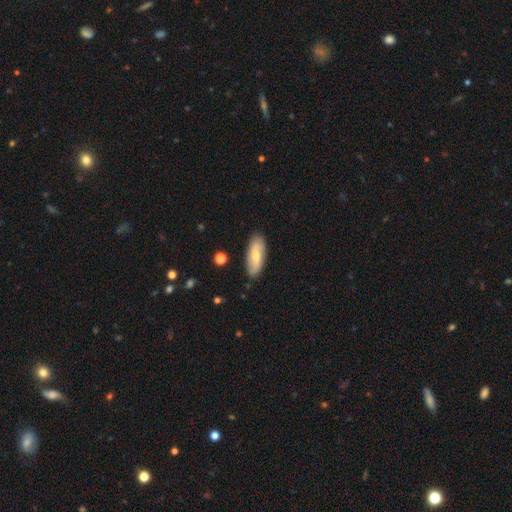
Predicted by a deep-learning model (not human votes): Smooth or featured: smooth — 49% (featured or disk — 45%)
Merging: none — 86% (minor disturbance — 10%)